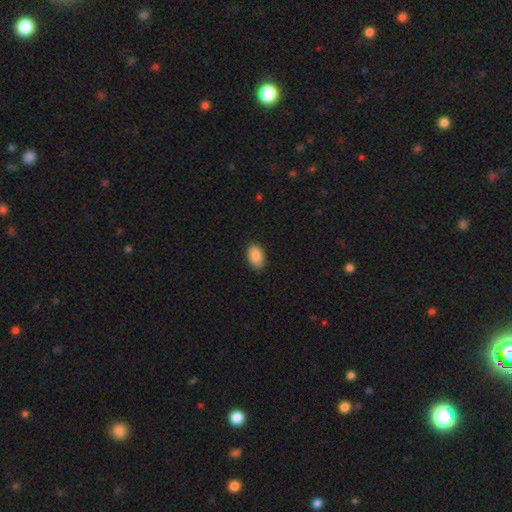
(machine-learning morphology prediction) type=smooth (89%); roundness=in between (92%); merging=none (88%).